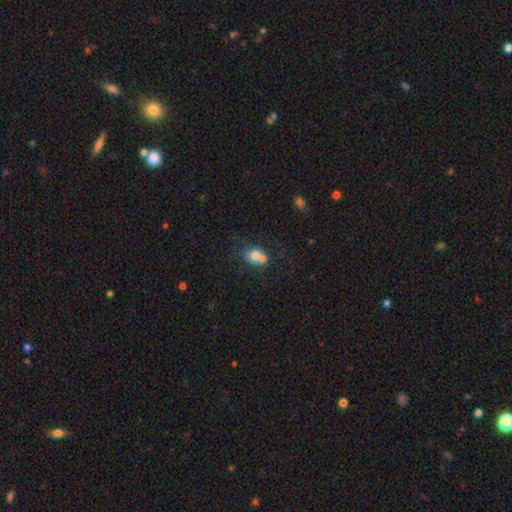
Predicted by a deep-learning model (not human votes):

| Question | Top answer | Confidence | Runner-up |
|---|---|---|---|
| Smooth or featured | smooth | 70% | featured or disk (19%) |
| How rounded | round | 61% | in between (38%) |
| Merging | merger | 50% | none (35%) |